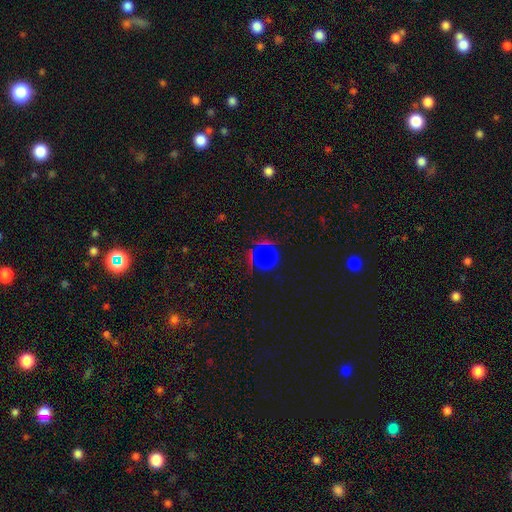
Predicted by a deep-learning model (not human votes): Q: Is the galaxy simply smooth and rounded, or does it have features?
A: smooth — 67%.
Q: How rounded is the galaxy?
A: round — 93%.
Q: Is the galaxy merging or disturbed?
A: none — 76%.